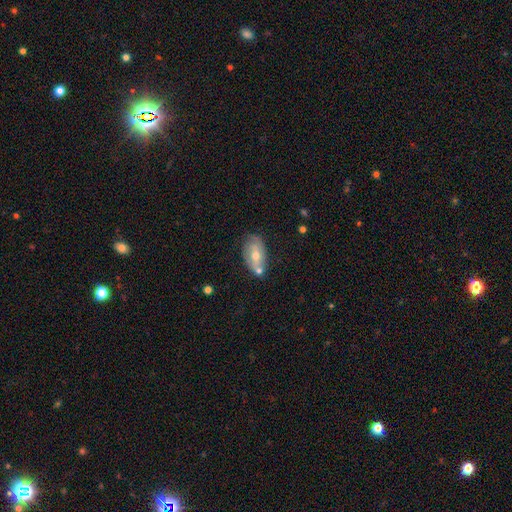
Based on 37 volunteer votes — Overall: smooth (68%; featured or disk 32%). How rounded: in between (92%). Merging: none (54%; minor disturbance 27%).